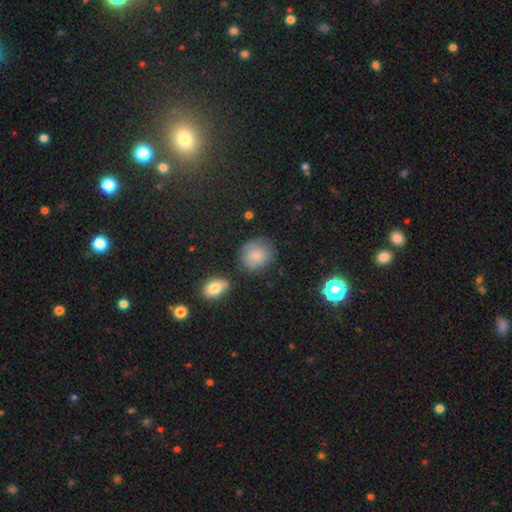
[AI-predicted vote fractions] Morphology: type=smooth (80%); roundness=round (70%); merging=none (69%).